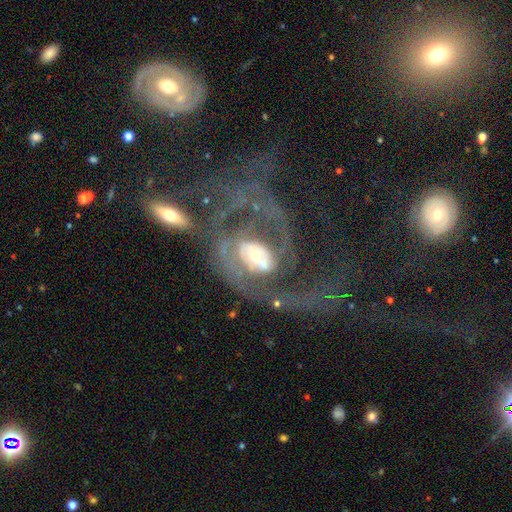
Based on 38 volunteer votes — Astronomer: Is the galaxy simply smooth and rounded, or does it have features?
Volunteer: featured or disk — 87%.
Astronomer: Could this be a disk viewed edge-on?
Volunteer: no — 94%.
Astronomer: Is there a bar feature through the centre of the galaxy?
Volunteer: no — 52%.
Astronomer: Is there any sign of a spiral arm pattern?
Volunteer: yes — 94%.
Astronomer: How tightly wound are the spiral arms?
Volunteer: medium — 52%.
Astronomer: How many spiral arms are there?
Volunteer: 2 — 55%.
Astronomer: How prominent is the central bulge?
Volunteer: small — 42% (runner-up: moderate, 35%).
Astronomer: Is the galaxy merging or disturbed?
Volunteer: major disturbance — 65%.